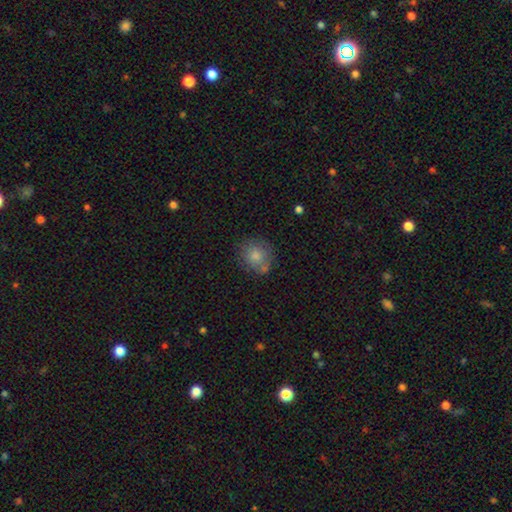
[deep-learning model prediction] Smooth or featured?
  - smooth: 79% *
  - featured or disk: 12%
  - star or artifact: 9%
How rounded?
  - round: 80% *
  - in between: 19%
  - cigar-shaped: 1%
Merging?
  - none: 67% *
  - minor disturbance: 18%
  - merger: 9%
  - major disturbance: 5%